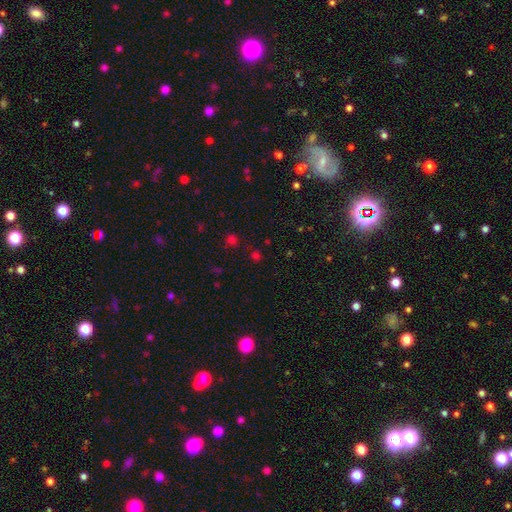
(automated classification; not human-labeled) Smooth or featured?
  - smooth: 49% *
  - star or artifact: 45%
  - featured or disk: 6%
Merging?
  - none: 79% *
  - minor disturbance: 11%
  - merger: 5%
  - major disturbance: 5%